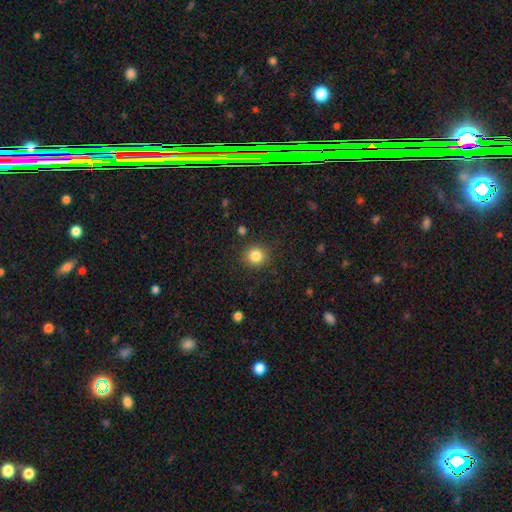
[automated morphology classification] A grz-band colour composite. It shows a smooth galaxy with no disk features (83%) that is round (89%). Merging: none (89%).